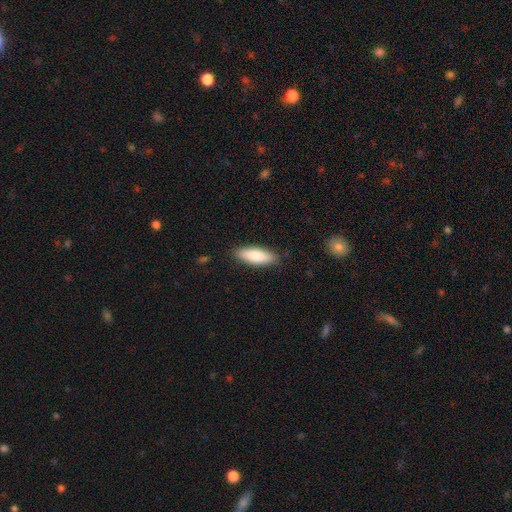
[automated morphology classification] Smooth or featured? smooth (79%)
How rounded? in between (63%)
Merging? none (87%)